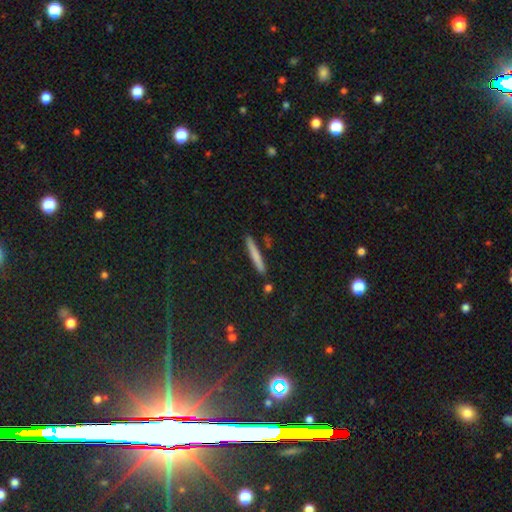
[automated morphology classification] This appears to be a smooth galaxy with no disk features (71%) that is cigar-shaped (96%). Merging: none (88%).